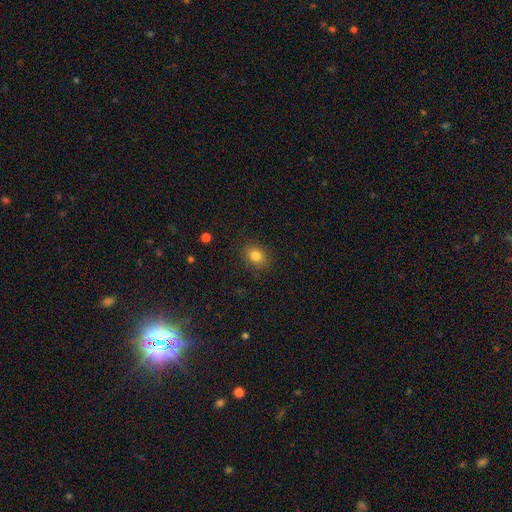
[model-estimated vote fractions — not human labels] Smooth or featured? Predicted: smooth (p=0.83). How rounded? Predicted: in between (p=0.60). Merging? Predicted: none (p=0.85).